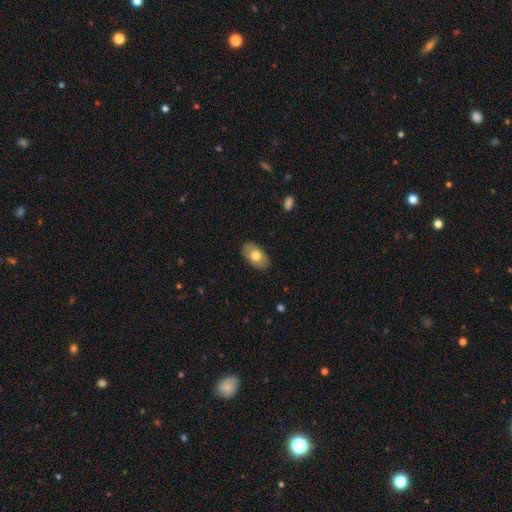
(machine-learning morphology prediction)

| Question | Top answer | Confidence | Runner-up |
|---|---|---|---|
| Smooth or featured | smooth | 72% | featured or disk (22%) |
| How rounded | in between | 93% | round (6%) |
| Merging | none | 87% | minor disturbance (10%) |